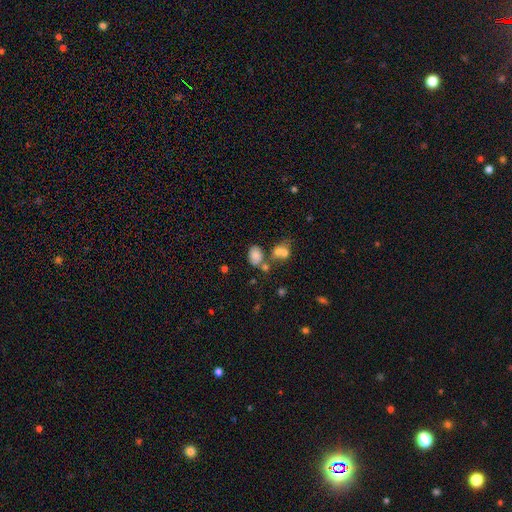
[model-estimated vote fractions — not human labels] Morphology: type=smooth (78%); roundness=in between (75%); merging=none (50%).